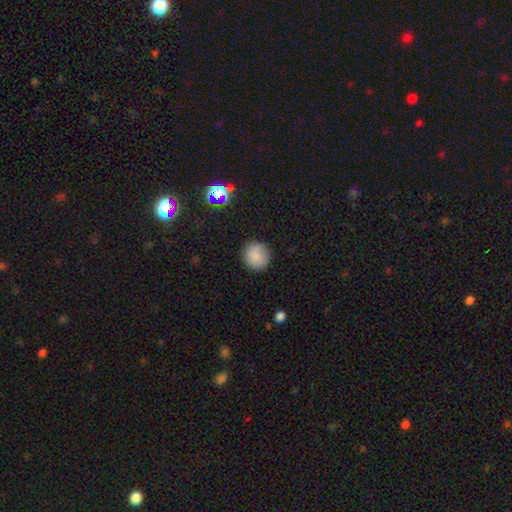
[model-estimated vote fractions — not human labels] Q: Smooth or featured?
A: smooth (86%); runner-up: star or artifact (9%)
Q: How rounded?
A: round (93%); runner-up: in between (6%)
Q: Merging?
A: none (88%); runner-up: minor disturbance (9%)